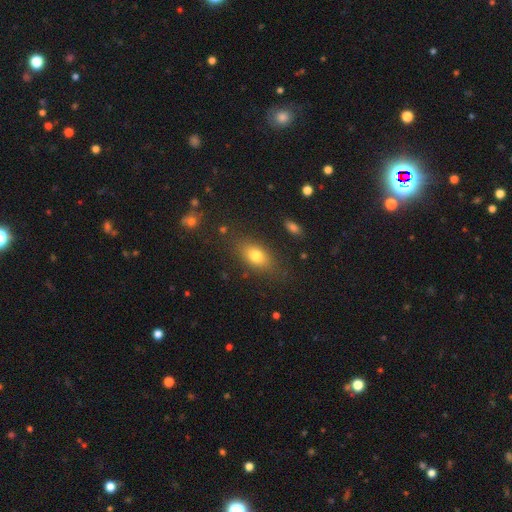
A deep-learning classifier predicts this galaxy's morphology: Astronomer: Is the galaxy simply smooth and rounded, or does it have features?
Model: smooth — 77%.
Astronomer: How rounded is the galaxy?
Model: in between — 81%.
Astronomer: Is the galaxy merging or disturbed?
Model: none — 78%.